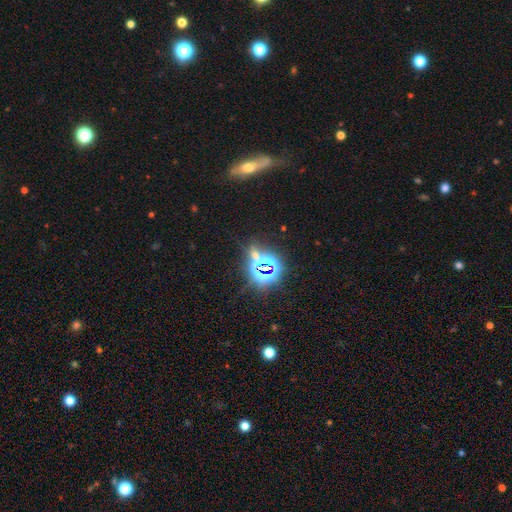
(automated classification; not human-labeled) Smooth or featured?
  - star or artifact: 76% *
  - smooth: 16%
  - featured or disk: 8%